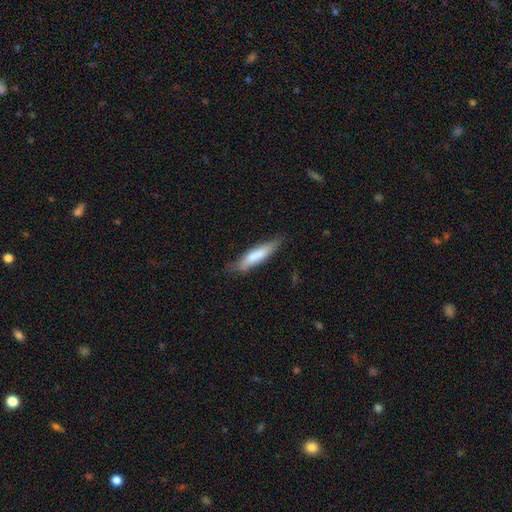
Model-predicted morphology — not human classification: Smooth or featured? Predicted: smooth (p=0.74). How rounded? Predicted: cigar-shaped (p=0.75). Merging? Predicted: none (p=0.71).